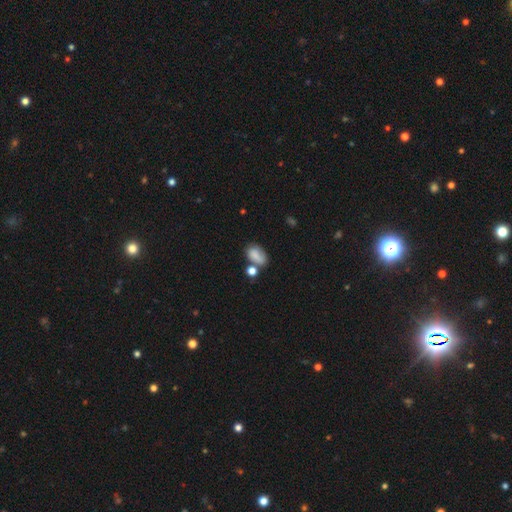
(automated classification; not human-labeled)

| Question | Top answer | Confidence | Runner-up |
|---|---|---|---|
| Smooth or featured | smooth | 77% | featured or disk (13%) |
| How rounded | in between | 86% | round (12%) |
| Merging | none | 46% | minor disturbance (23%) |